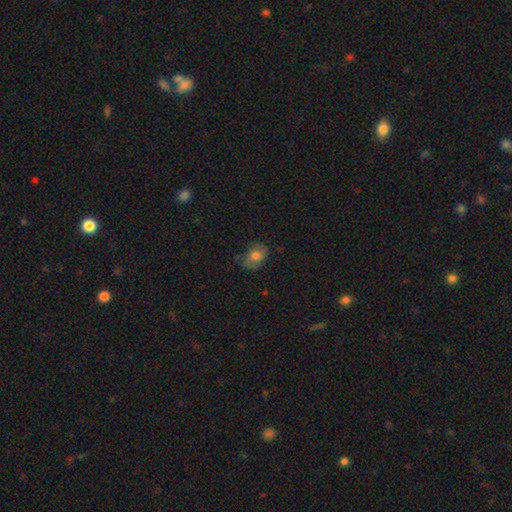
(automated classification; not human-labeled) Overall: smooth (75%). How rounded: in between (76%). Merging: none (59%; minor disturbance 30%).